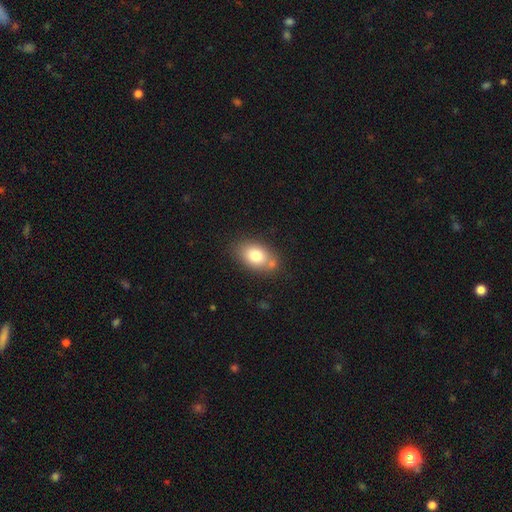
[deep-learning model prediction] Morphology: type=smooth (78%); roundness=in between (85%); merging=none (66%).